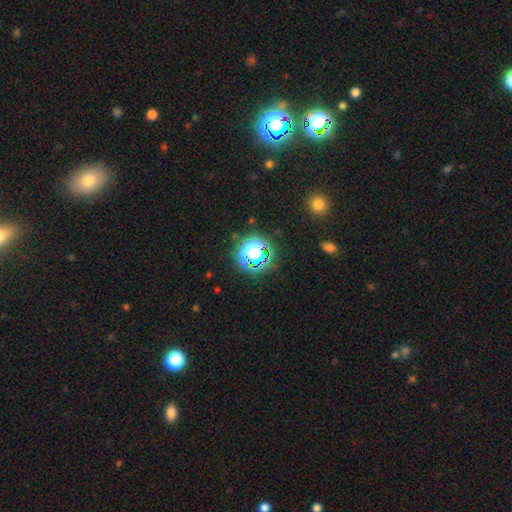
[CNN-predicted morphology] Overall: star or artifact (60%; smooth 30%).